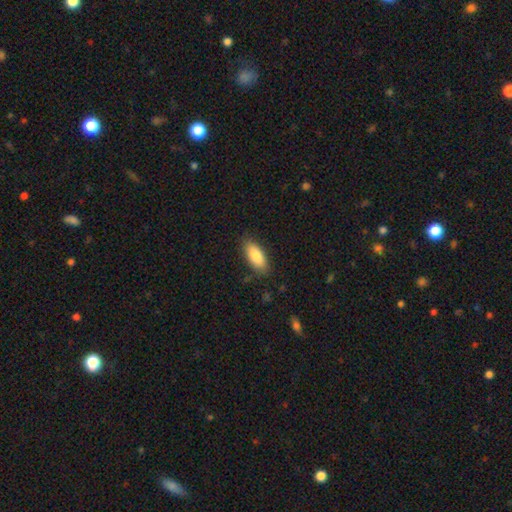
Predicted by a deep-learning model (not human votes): A smooth galaxy with no disk features (83%) that is in between round and cigar-shaped (82%). Merging: none (85%).